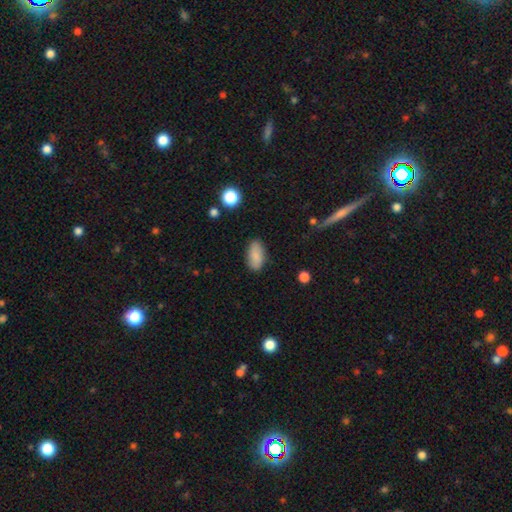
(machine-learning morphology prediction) Smooth or featured: smooth — 81% (featured or disk — 12%)
How rounded: in between — 92% (cigar-shaped — 5%)
Merging: none — 84% (minor disturbance — 12%)